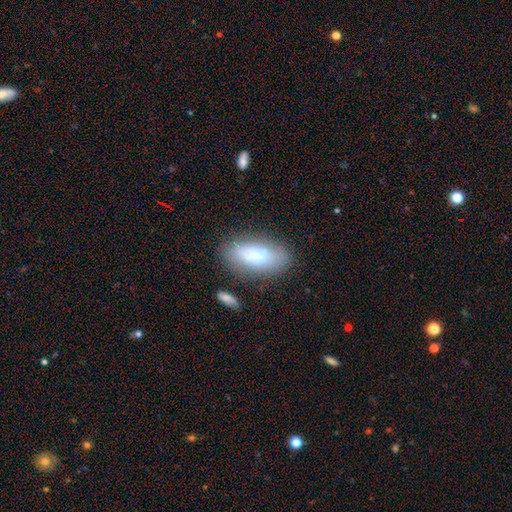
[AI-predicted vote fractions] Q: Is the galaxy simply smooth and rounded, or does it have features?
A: smooth — 72%.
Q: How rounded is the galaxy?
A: in between — 84%.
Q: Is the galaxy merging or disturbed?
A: none — 66%.